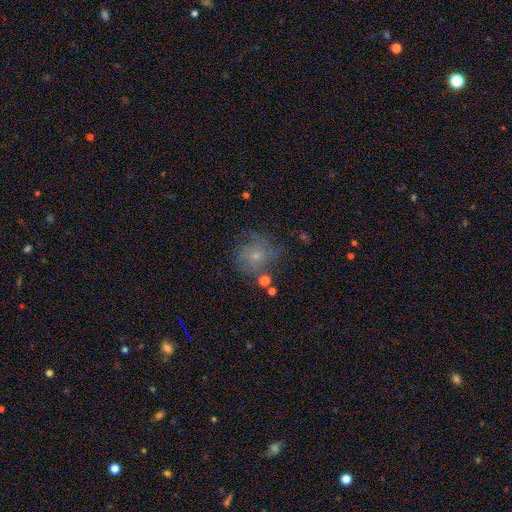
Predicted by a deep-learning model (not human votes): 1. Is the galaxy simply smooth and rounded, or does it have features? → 48% smooth, 34% featured or disk, 18% star or artifact.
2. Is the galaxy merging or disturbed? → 62% none, 20% minor disturbance, 13% major disturbance, 5% merger.